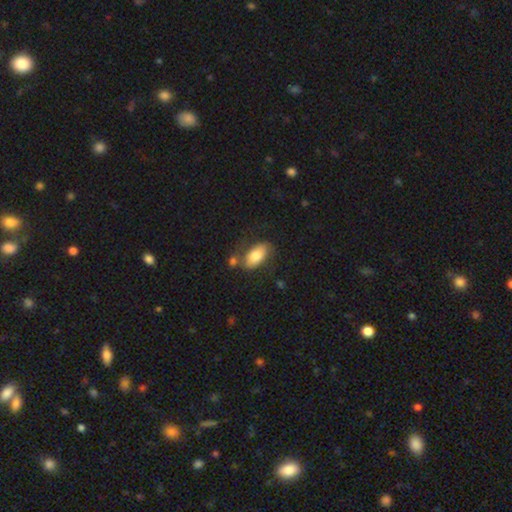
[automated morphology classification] The model was most divided on "merging": none: 59%, minor disturbance: 19%, merger: 13%, major disturbance: 9%. More confident: how rounded — in between (91%); smooth or featured — smooth (75%).